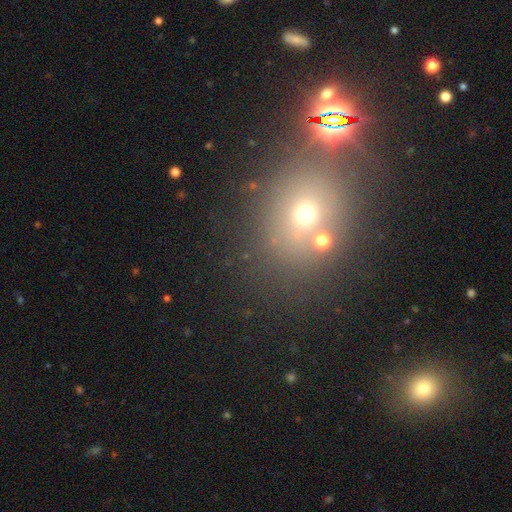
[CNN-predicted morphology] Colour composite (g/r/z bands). It shows a star or artifact, not a galaxy (44%).